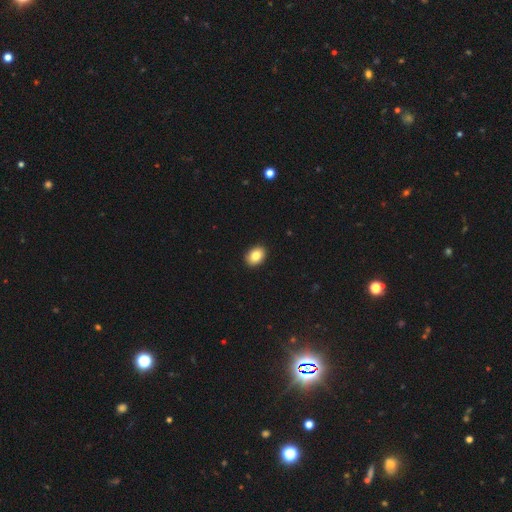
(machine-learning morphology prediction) Smooth or featured: smooth — 85% (star or artifact — 8%)
How rounded: in between — 72% (round — 27%)
Merging: none — 92% (minor disturbance — 6%)